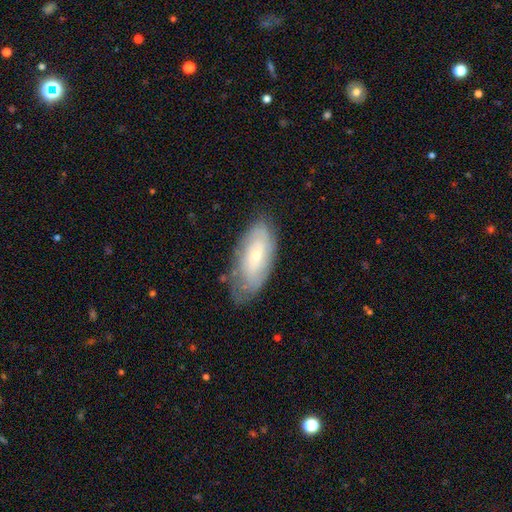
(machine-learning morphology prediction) Smooth or featured?
  - featured or disk: 53% *
  - smooth: 40%
  - star or artifact: 7%
Edge-on disk?
  - no: 88% *
  - yes: 12%
Merging?
  - none: 67% *
  - minor disturbance: 25%
  - major disturbance: 7%
  - merger: 2%